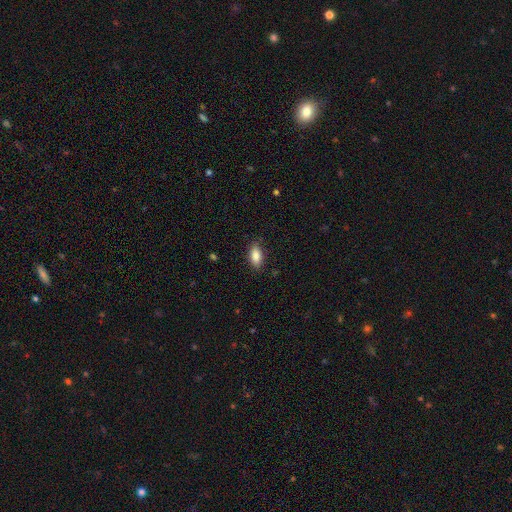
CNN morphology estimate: smooth 85%, featured or disk 8%, star or artifact 7%. Down the decision tree: how rounded — in between (88%); merging — none (83%).